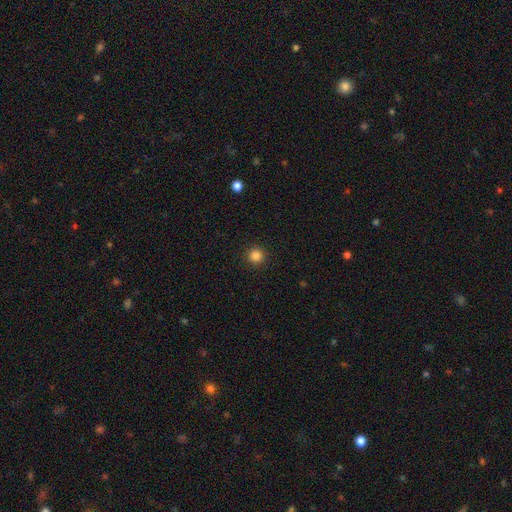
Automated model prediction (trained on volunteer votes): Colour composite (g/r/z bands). It shows a smooth galaxy with no disk features (85%) that is round (95%). Merging: none (93%).